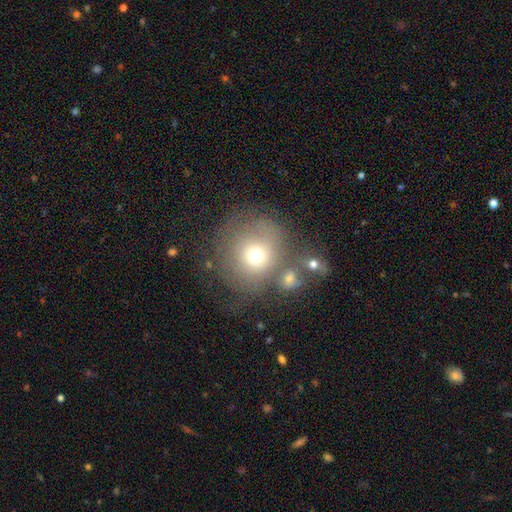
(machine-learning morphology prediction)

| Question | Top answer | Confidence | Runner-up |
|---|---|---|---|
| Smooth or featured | smooth | 61% | featured or disk (25%) |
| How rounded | round | 88% | in between (11%) |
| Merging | none | 47% | minor disturbance (18%) |